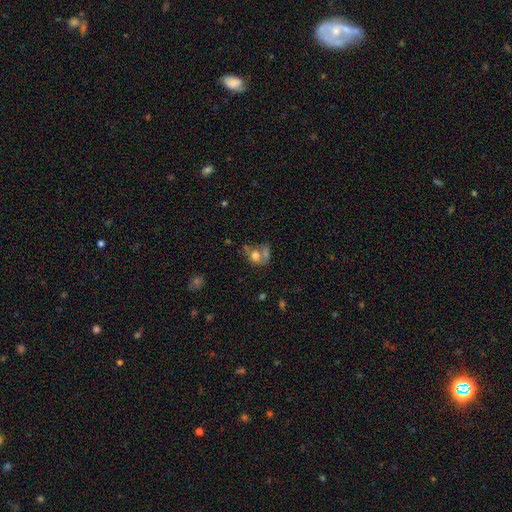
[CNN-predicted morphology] This is likely a smooth galaxy (66%). How rounded: possibly round (53%). Merging: marginally merger (42%).